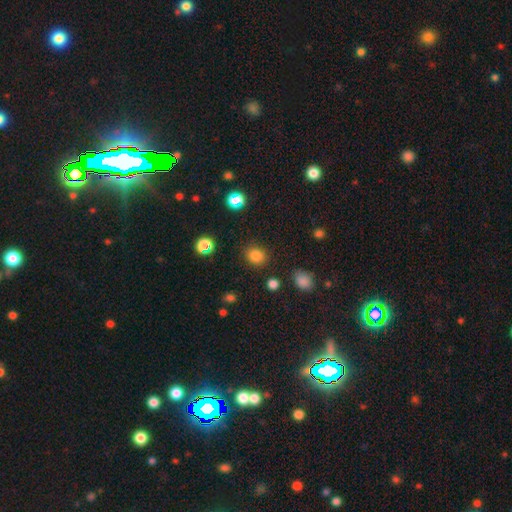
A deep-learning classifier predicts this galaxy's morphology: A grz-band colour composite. It shows a smooth galaxy with no disk features (81%) that is round (73%). Merging: none (86%).